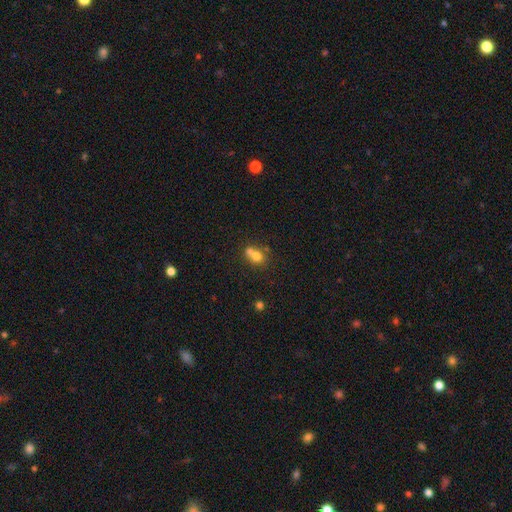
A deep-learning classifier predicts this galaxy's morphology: smooth_or_featured: smooth (p=0.71) [alt: featured or disk p=0.17]
how_rounded: round (p=0.66) [alt: in between p=0.32]
merging: merger (p=0.56) [alt: none p=0.32]